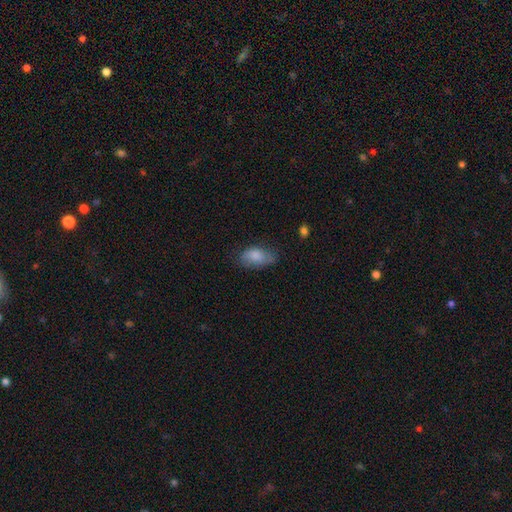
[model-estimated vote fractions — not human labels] Smooth or featured? smooth (81%)
How rounded? in between (92%)
Merging? none (61%)